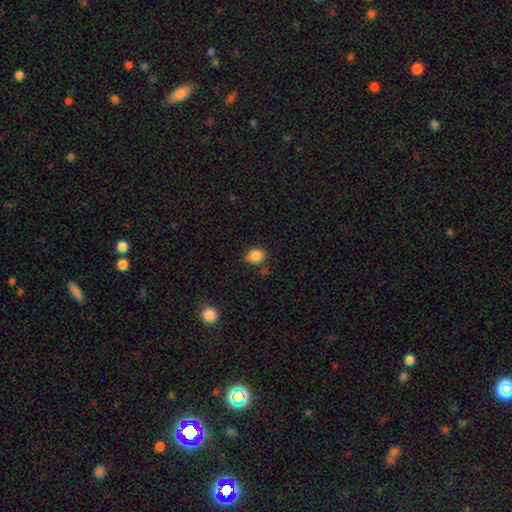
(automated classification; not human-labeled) smooth 86%, star or artifact 10%, featured or disk 4%. Down the decision tree: how rounded — in between (54%); merging — none (73%).